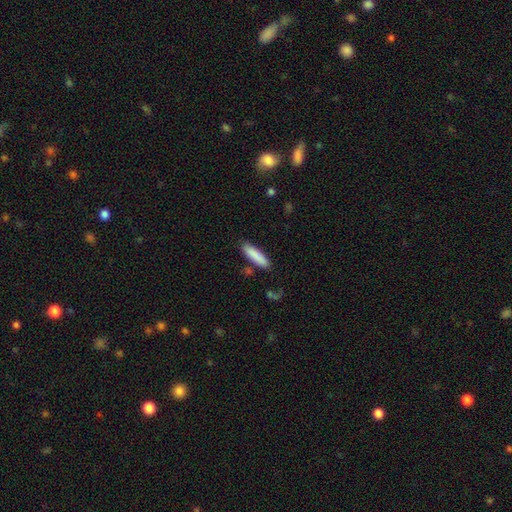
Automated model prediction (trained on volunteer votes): smooth-or-featured: smooth: 86% | featured or disk: 8% | star or artifact: 6%
  how-rounded: cigar-shaped: 74% | in between: 24% | round: 1%
  merging: none: 84% | minor disturbance: 10% | merger: 3% | major disturbance: 2%